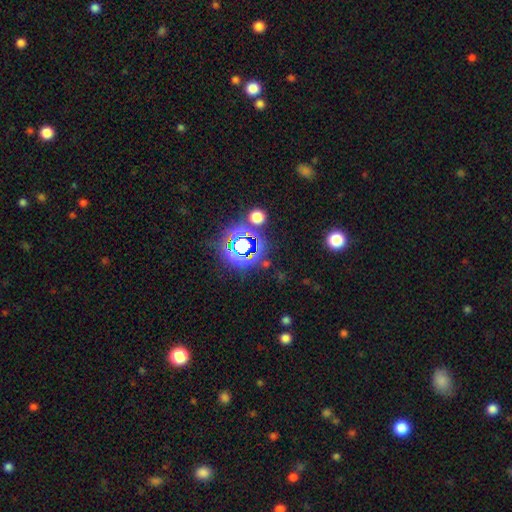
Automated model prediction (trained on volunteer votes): Q: Smooth or featured?
A: star or artifact (79%); runner-up: smooth (14%)